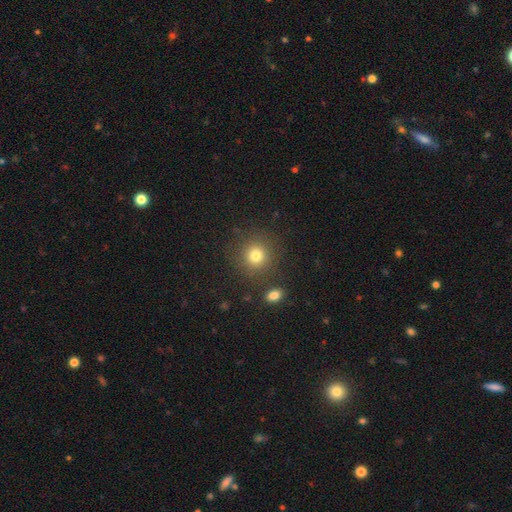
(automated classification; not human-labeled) The model was most divided on "smooth or featured": smooth: 79%, star or artifact: 14%, featured or disk: 8%. More confident: how rounded — round (89%); merging — none (84%).